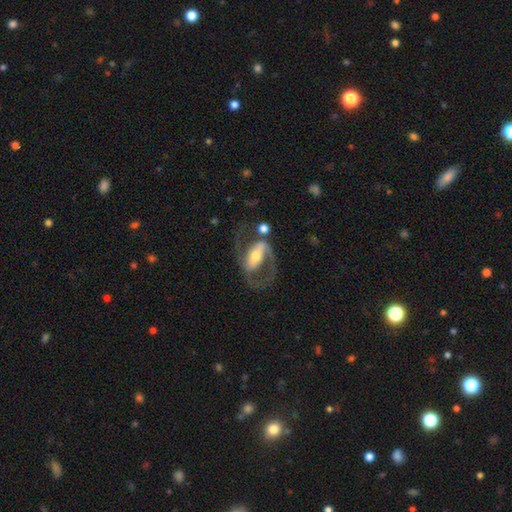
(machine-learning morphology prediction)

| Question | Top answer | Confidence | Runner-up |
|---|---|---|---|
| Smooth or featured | featured or disk | 82% | smooth (12%) |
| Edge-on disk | no | 94% | yes (6%) |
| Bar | strong | 55% | weak (28%) |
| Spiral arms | yes | 88% | no (12%) |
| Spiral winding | medium | 52% | loose (31%) |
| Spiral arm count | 2 | 83% | 1 (10%) |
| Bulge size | moderate | 56% | small (29%) |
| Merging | none | 52% | major disturbance (24%) |